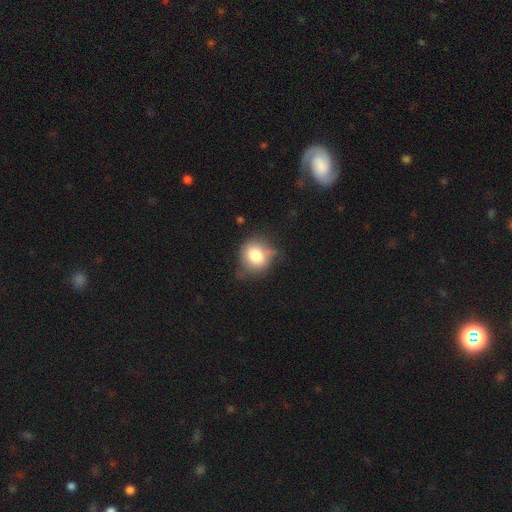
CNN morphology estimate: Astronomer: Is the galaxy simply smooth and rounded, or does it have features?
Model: smooth — 78%.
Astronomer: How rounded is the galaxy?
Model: round — 79%.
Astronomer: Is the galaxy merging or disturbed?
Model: none — 60%.